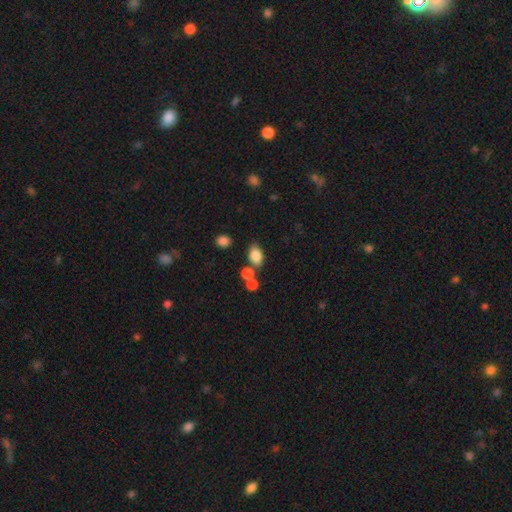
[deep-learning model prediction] Smooth or featured? smooth (83%)
How rounded? in between (83%)
Merging? none (63%)